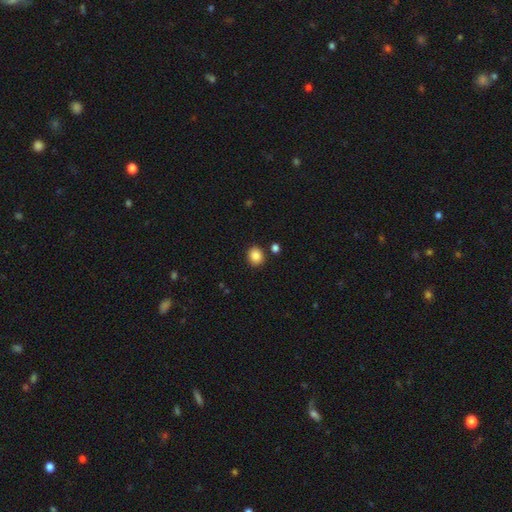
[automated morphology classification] Smooth or featured? Predicted: smooth (p=0.87). How rounded? Predicted: round (p=0.74). Merging? Predicted: none (p=0.86).